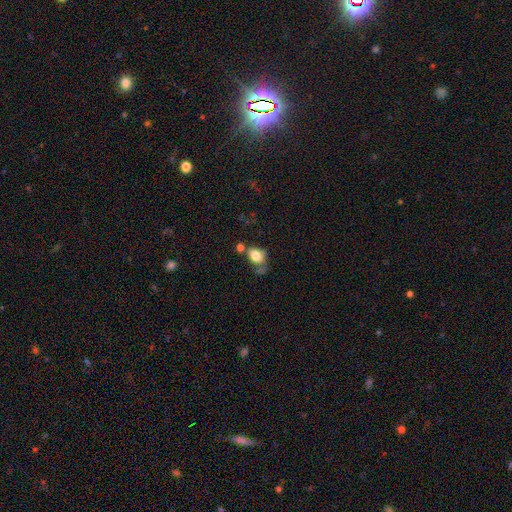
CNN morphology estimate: Smooth or featured? Predicted: smooth (p=0.79). How rounded? Predicted: in between (p=0.67). Merging? Predicted: none (p=0.41).